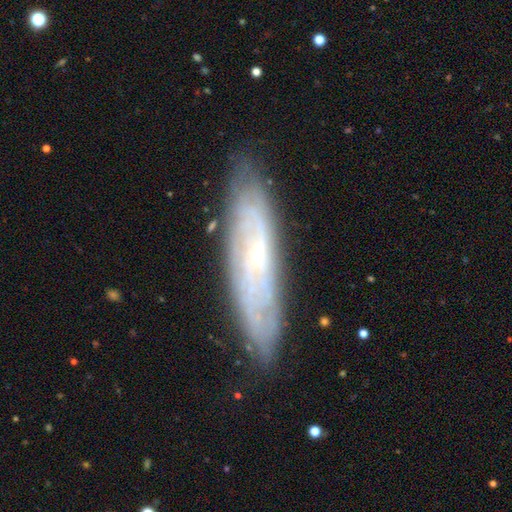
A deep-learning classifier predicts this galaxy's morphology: Q: Smooth or featured?
A: featured or disk (70%); runner-up: smooth (23%)
Q: Edge-on disk?
A: no (67%); runner-up: yes (33%)
Q: Merging?
A: none (81%); runner-up: minor disturbance (14%)